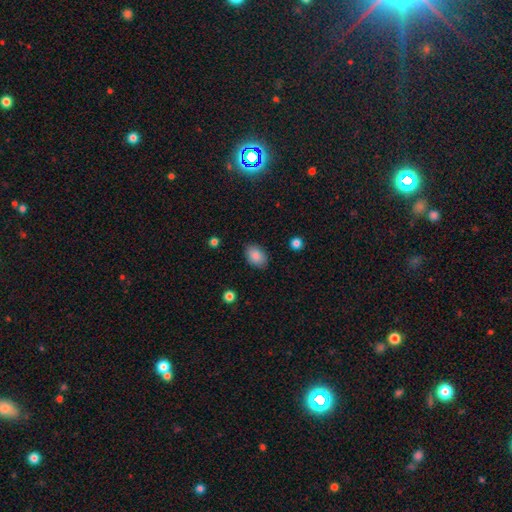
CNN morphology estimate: The model was most divided on "how rounded": in between: 83%, round: 16%, cigar-shaped: 1%. More confident: smooth or featured — smooth (87%); merging — none (85%).